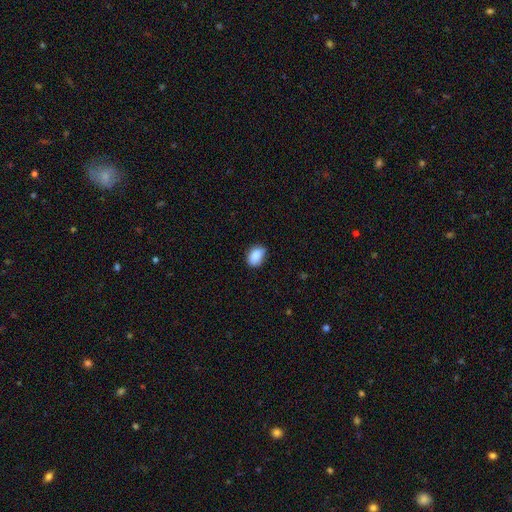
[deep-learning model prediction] smooth-or-featured: smooth: 87% | star or artifact: 8% | featured or disk: 5%
  how-rounded: in between: 81% | round: 18% | cigar-shaped: 2%
  merging: none: 75% | minor disturbance: 21% | major disturbance: 3% | merger: 1%